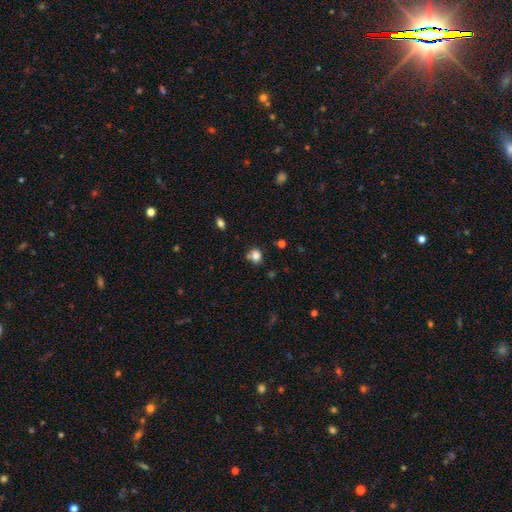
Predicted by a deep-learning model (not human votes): Q: Smooth or featured?
A: smooth (79%); runner-up: star or artifact (13%)
Q: How rounded?
A: round (67%); runner-up: in between (32%)
Q: Merging?
A: none (60%); runner-up: minor disturbance (18%)